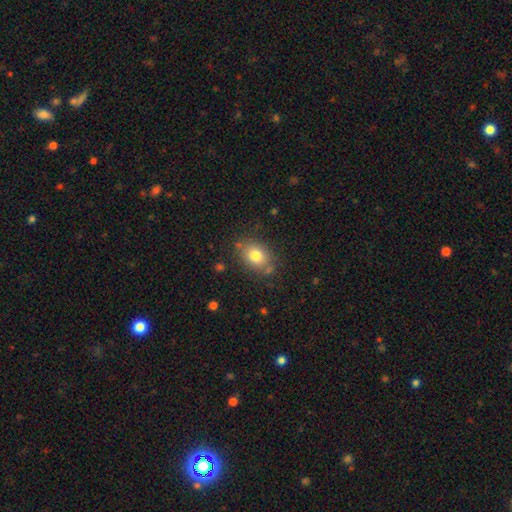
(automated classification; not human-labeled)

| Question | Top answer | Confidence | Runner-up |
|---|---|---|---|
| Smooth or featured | smooth | 78% | featured or disk (12%) |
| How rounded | in between | 66% | round (32%) |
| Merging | none | 78% | minor disturbance (14%) |